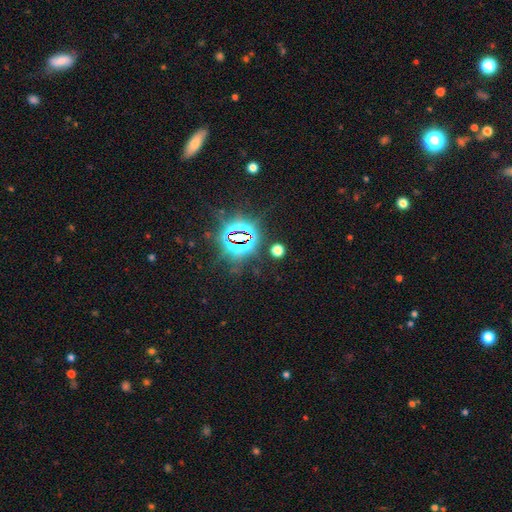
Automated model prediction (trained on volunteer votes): This is clearly a star or artifact rather than a galaxy (82%).